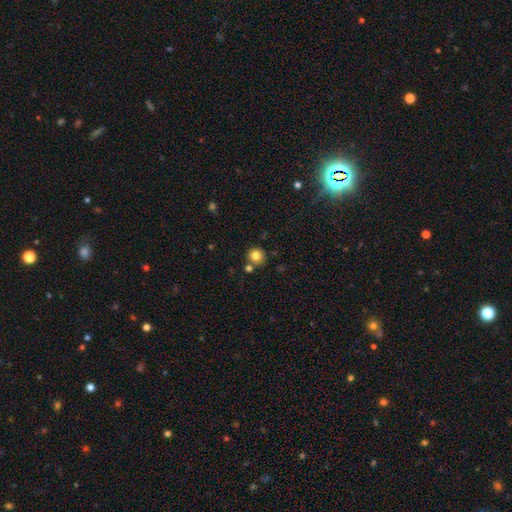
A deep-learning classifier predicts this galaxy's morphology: The model was most divided on "merging": none: 77%, merger: 11%, minor disturbance: 9%, major disturbance: 3%. More confident: how rounded — round (92%); smooth or featured — smooth (81%).